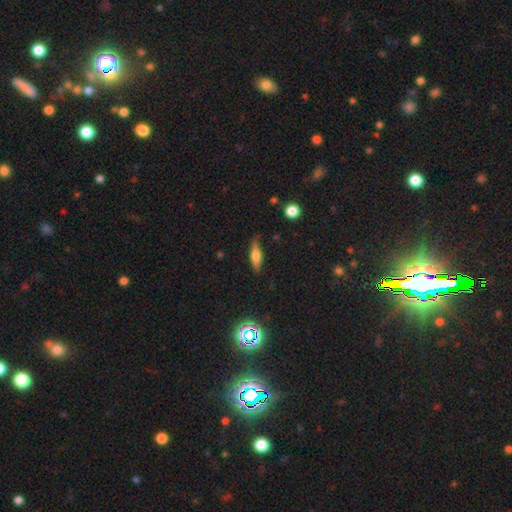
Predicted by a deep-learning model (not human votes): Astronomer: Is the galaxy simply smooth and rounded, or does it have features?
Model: featured or disk — 49% (runner-up: smooth, 42%).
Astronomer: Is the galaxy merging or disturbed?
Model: none — 83%.